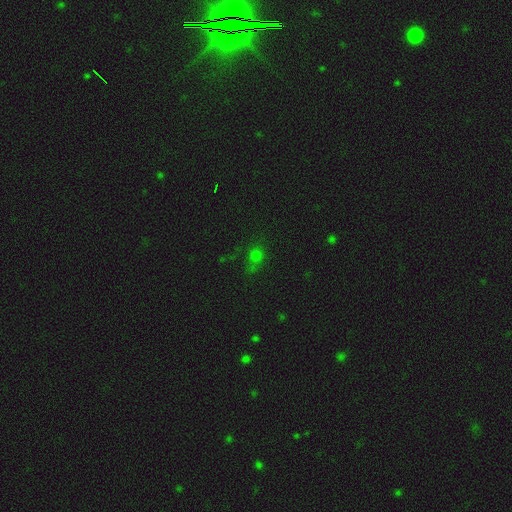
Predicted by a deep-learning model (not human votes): Morphology: type=smooth (62%); roundness=round (71%); merging=none (62%).